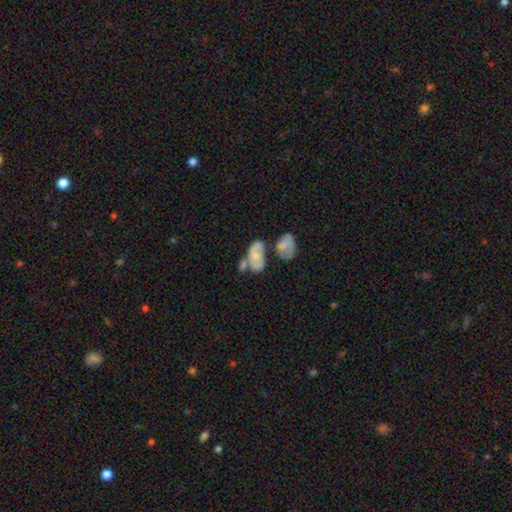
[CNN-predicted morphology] smooth 53%, featured or disk 40%, star or artifact 8%. Down the decision tree: how rounded — in between (90%); merging — merger (39%).